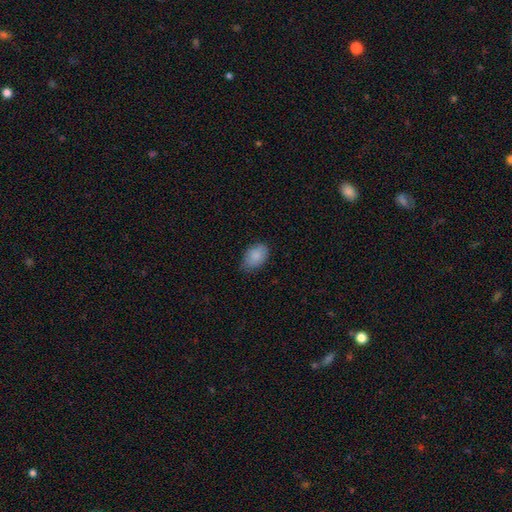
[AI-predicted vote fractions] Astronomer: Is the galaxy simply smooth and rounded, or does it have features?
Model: smooth — 87%.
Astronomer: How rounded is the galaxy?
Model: in between — 87%.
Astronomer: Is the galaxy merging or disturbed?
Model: none — 67%.